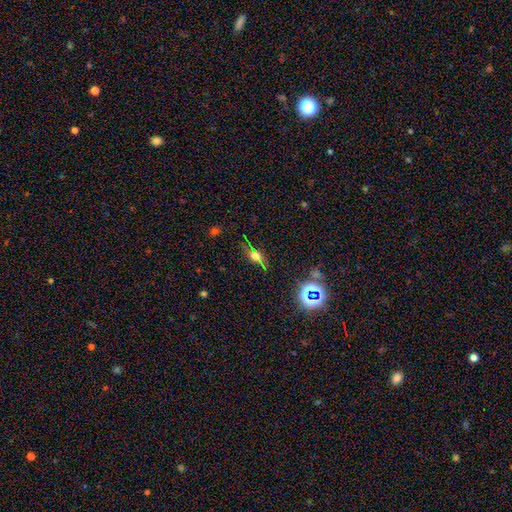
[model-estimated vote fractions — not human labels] A smooth galaxy with no disk features (44%).

Vote fractions:
- Smooth or featured? smooth: 44% / featured or disk: 31% / star or artifact: 25%
- Merging? none: 71% / minor disturbance: 18% / major disturbance: 8% / merger: 4%